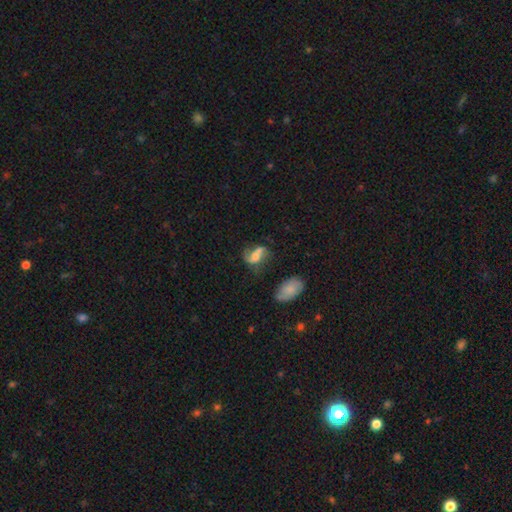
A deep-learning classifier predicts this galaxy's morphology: A featured or disk galaxy (57%) with no bar (51%), spiral arms (80%) and a moderate central bulge (40%). Merging: none (40%).